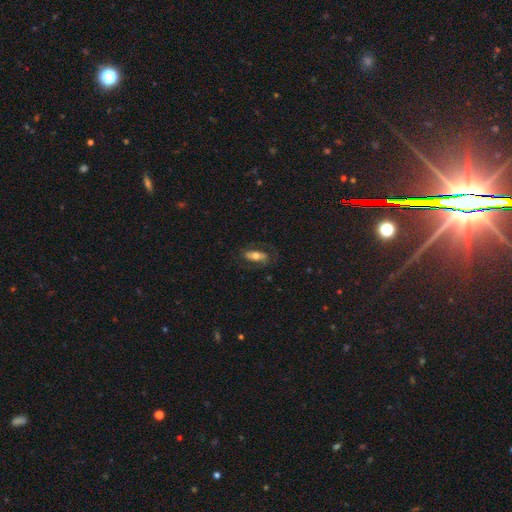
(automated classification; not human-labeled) Morphology: type=smooth (52%); roundness=in between (76%); merging=none (68%).